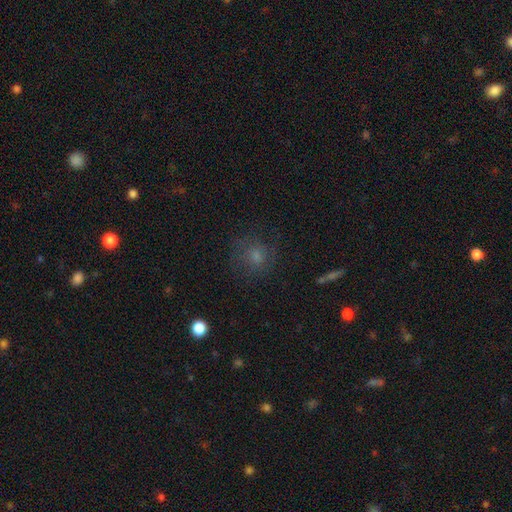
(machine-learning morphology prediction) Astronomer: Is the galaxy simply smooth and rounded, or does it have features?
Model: smooth — 63%.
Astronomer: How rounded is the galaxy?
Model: round — 84%.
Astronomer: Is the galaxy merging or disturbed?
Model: none — 72%.